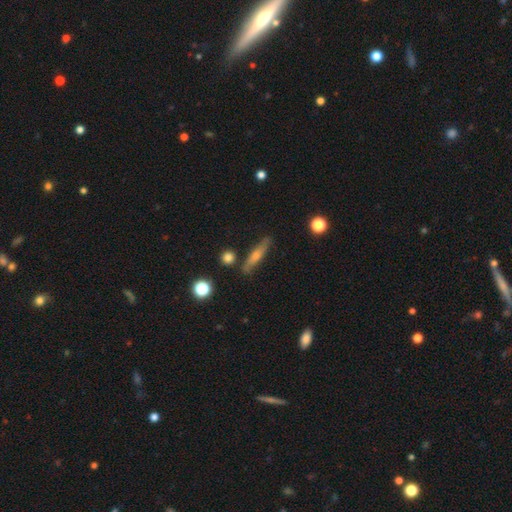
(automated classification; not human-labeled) This is possibly a featured or disk galaxy (50%). Merging: clearly none (82%).